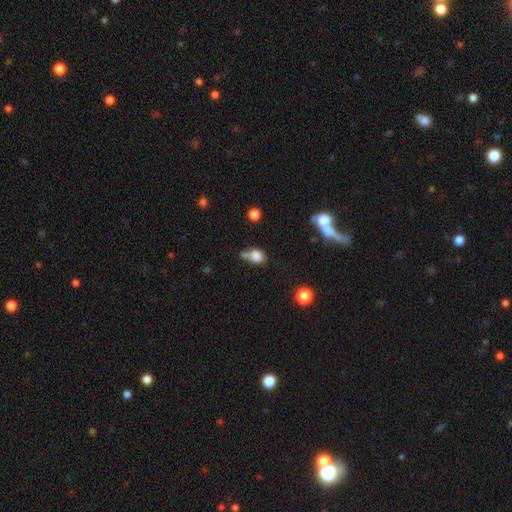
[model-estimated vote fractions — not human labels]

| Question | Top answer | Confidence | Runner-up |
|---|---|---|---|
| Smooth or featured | smooth | 78% | star or artifact (11%) |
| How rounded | in between | 53% | round (45%) |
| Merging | merger | 38% | none (33%) |